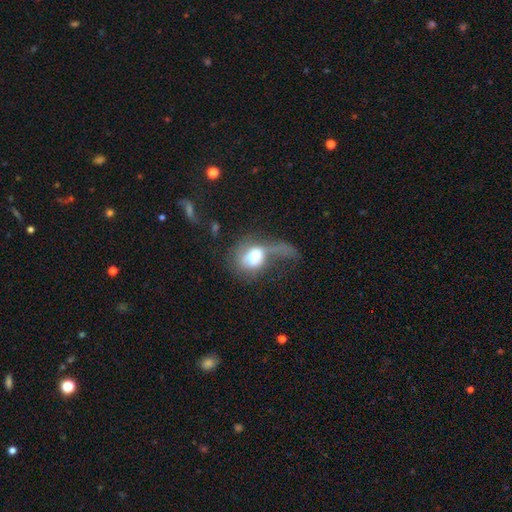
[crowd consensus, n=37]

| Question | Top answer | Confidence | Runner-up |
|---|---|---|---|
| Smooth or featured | smooth | 59% | featured or disk (38%) |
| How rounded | round | 55% | in between (45%) |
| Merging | major disturbance | 81% | none (8%) |